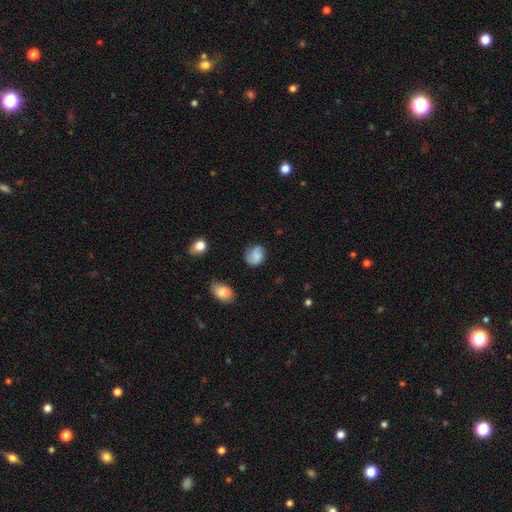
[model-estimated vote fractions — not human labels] smooth 66%, featured or disk 25%, star or artifact 9%. Down the decision tree: how rounded — round (61%); merging — none (69%).